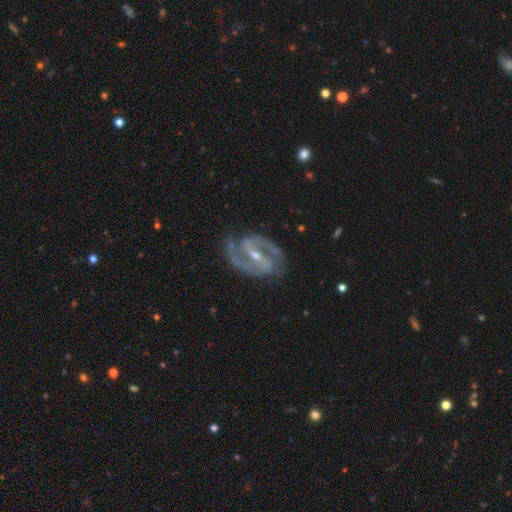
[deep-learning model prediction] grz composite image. It shows a featured or disk galaxy (93%) with a strong bar (60%), 2 (93%) medium (60%) spiral arms (98%) and a small central bulge (59%). Merging: none (80%).